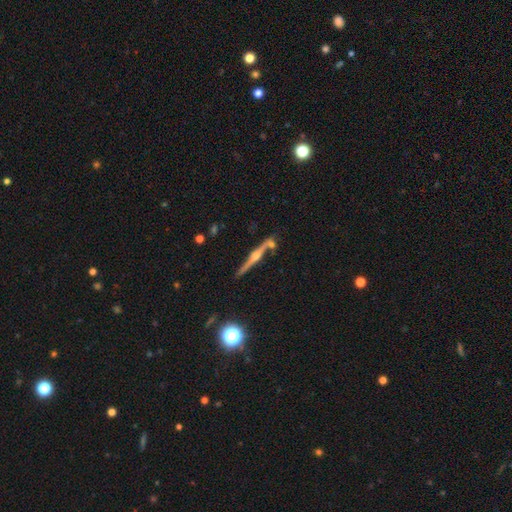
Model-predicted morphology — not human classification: type=featured or disk (84%); edge-on=yes (98%); edge-on bulge=rounded (93%); merging=none (78%).